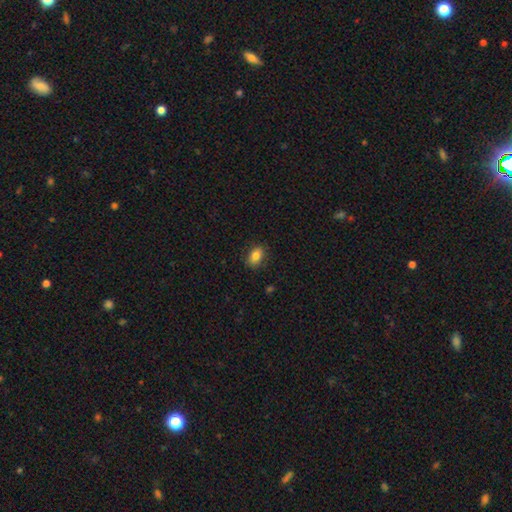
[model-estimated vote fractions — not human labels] Smooth or featured: smooth — 83% (featured or disk — 9%)
How rounded: in between — 83% (round — 15%)
Merging: none — 85% (minor disturbance — 12%)